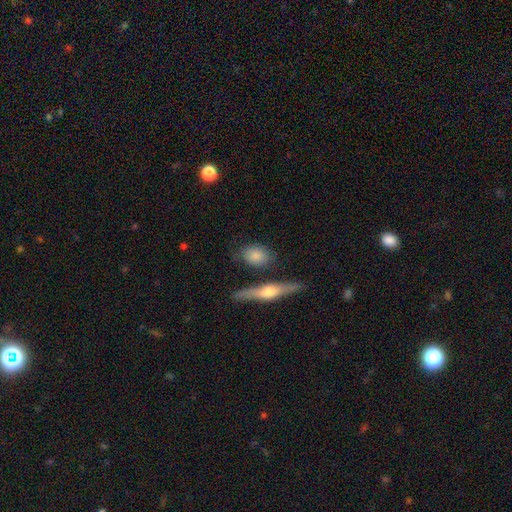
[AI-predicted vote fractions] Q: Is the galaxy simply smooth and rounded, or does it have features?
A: smooth — 76%.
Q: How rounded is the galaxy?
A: in between — 59%.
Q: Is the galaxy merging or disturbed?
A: none — 74%.